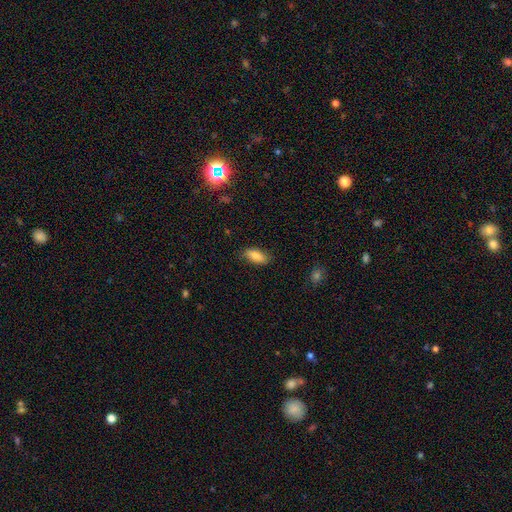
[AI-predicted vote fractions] A smooth galaxy with no disk features (83%) that is in between round and cigar-shaped (83%).

Vote fractions:
- Smooth or featured? smooth: 83% / featured or disk: 10% / star or artifact: 7%
- How rounded? in between: 83% / cigar-shaped: 14% / round: 3%
- Merging? none: 82% / minor disturbance: 14% / major disturbance: 3% / merger: 1%